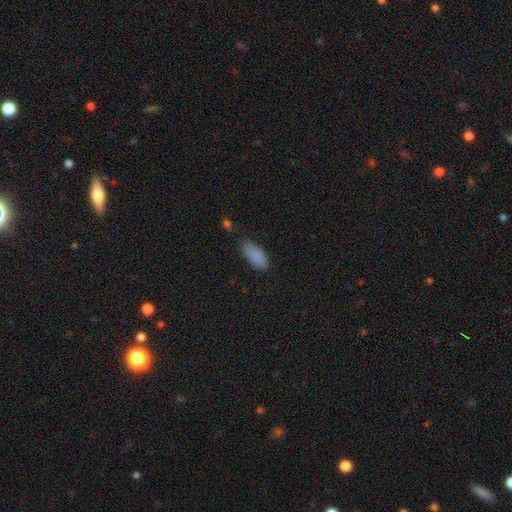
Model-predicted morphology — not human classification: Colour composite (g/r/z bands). It shows a smooth galaxy with no disk features (86%) that is in between round and cigar-shaped (86%). Merging: none (67%).